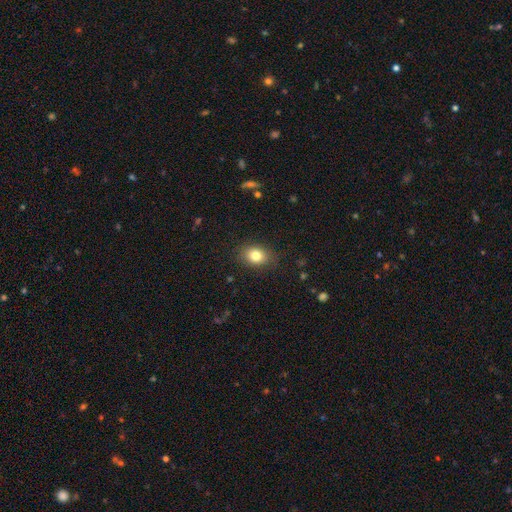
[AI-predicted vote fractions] smooth 82%, star or artifact 10%, featured or disk 9%. Down the decision tree: how rounded — in between (64%); merging — none (85%).